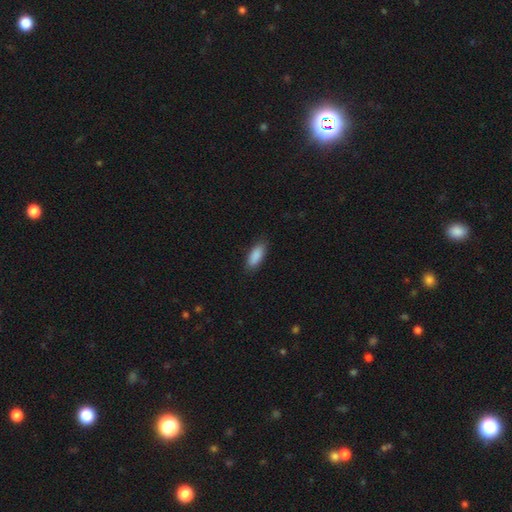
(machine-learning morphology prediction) smooth 90%, star or artifact 6%, featured or disk 4%. Down the decision tree: how rounded — in between (77%); merging — none (87%).